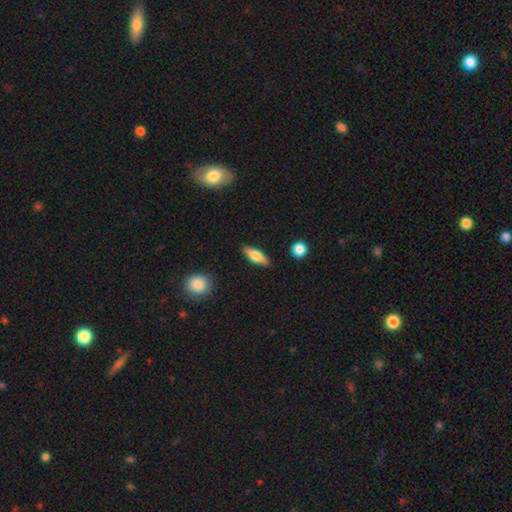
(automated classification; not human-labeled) The model was most divided on "how rounded": in between: 54%, cigar-shaped: 42%, round: 4%. More confident: merging — none (86%); smooth or featured — smooth (55%).